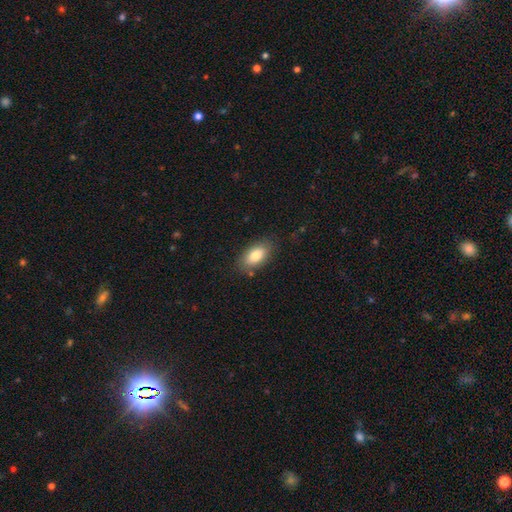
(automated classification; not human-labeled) smooth 80%, featured or disk 13%, star or artifact 7%. Down the decision tree: how rounded — in between (91%); merging — none (81%).